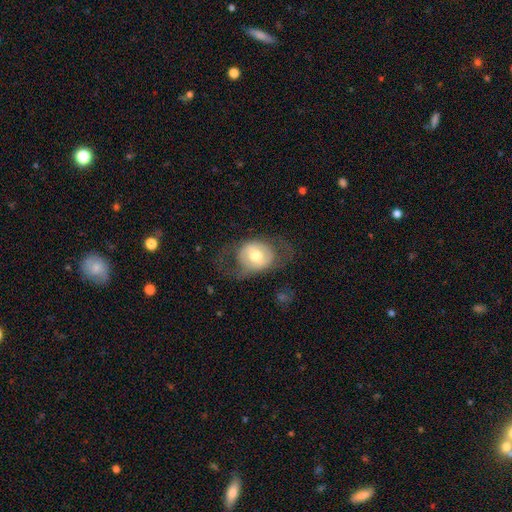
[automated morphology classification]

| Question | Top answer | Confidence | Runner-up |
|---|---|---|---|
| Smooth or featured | featured or disk | 50% | smooth (44%) |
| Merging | none | 59% | major disturbance (21%) |